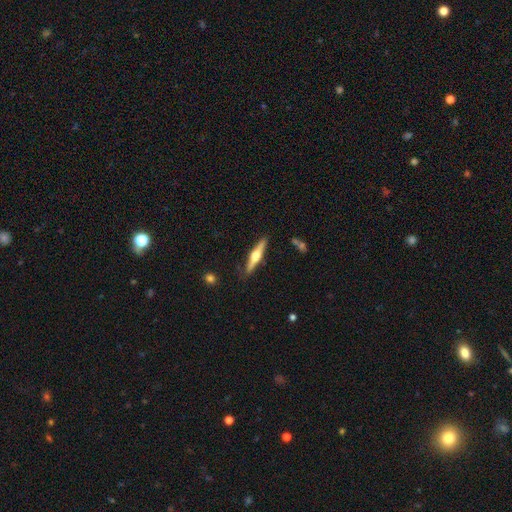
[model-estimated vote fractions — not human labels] Morphology: type=featured or disk (67%); edge-on=yes (97%); edge-on bulge=rounded (95%); merging=none (88%).